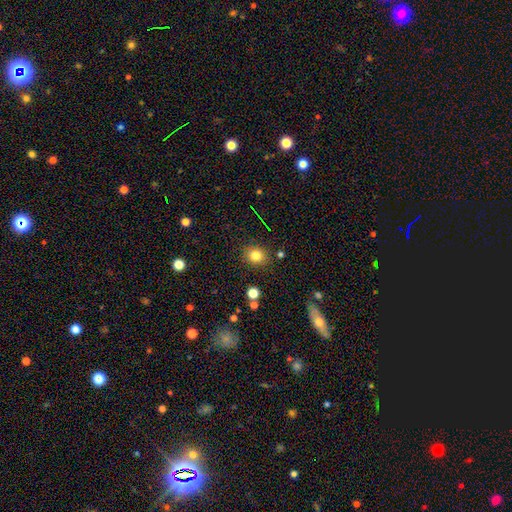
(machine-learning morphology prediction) The model was most divided on "how rounded": round: 74%, in between: 25%, cigar-shaped: 1%. More confident: merging — none (86%); smooth or featured — smooth (82%).